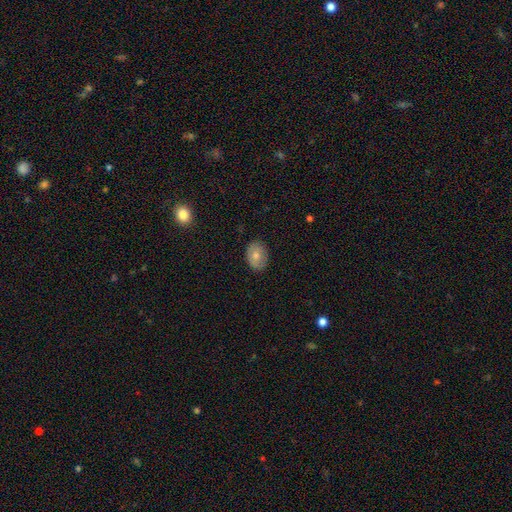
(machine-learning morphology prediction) Q: Smooth or featured?
A: smooth (72%); runner-up: featured or disk (20%)
Q: How rounded?
A: in between (73%); runner-up: round (26%)
Q: Merging?
A: none (85%); runner-up: minor disturbance (12%)